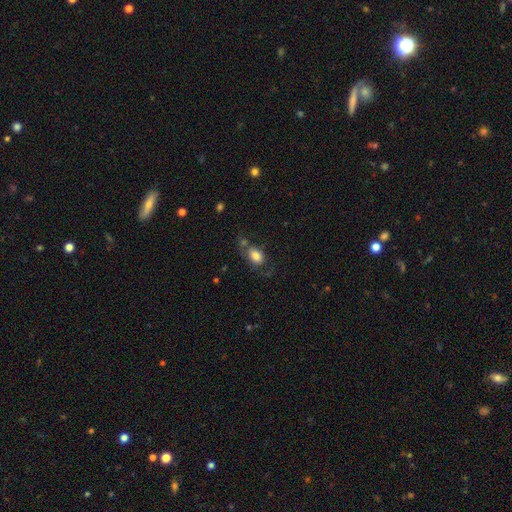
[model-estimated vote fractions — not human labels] A smooth galaxy with no disk features (77%) that is in between round and cigar-shaped (82%).

Vote fractions:
- Smooth or featured? smooth: 77% / featured or disk: 14% / star or artifact: 9%
- How rounded? in between: 82% / round: 16% / cigar-shaped: 2%
- Merging? none: 46% / minor disturbance: 22% / major disturbance: 17% / merger: 15%